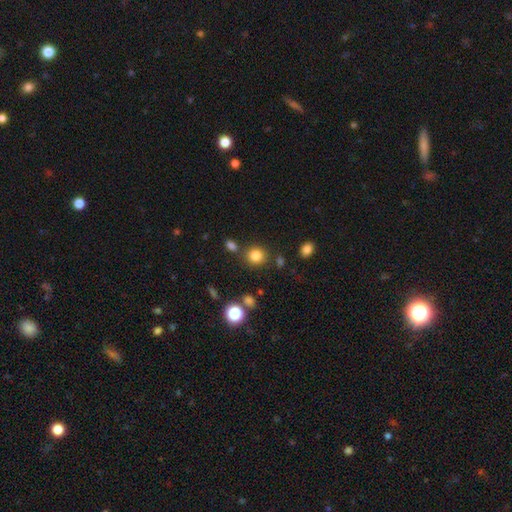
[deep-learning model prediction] Smooth or featured? Predicted: smooth (p=0.81). How rounded? Predicted: round (p=0.86). Merging? Predicted: none (p=0.80).